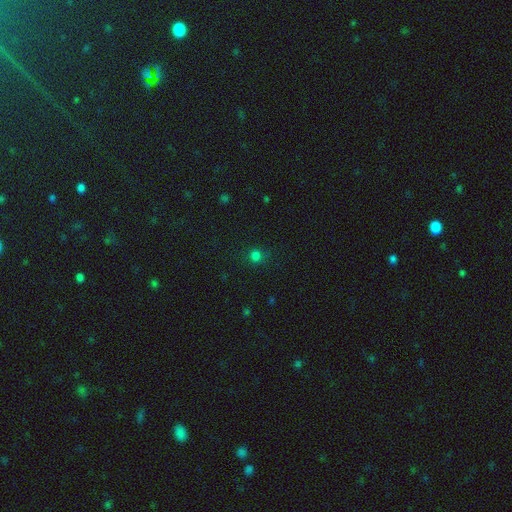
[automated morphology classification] A smooth galaxy with no disk features (75%) that is round (87%). Merging: none (81%).